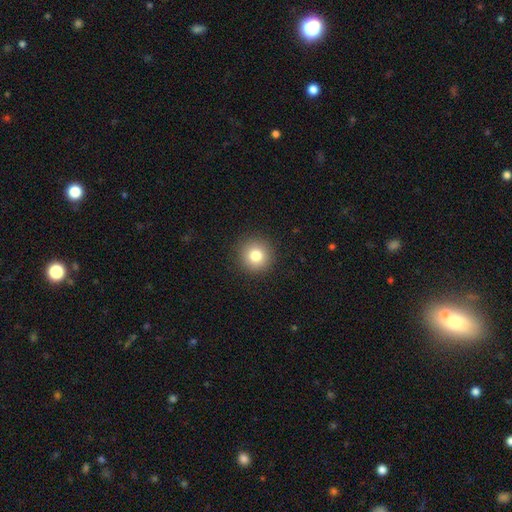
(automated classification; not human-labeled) Morphology: type=smooth (80%); roundness=round (95%); merging=none (91%).